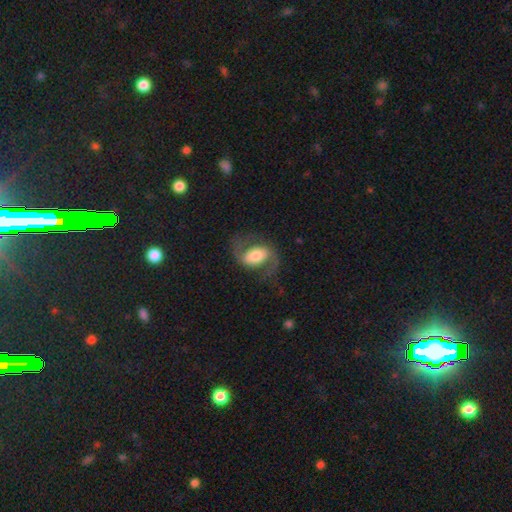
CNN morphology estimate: Overall: featured or disk (74%). Edge-on disk: no (97%). Bar: weak (37%; no 36%). Spiral arms: yes (91%). Spiral arm count: 2 (92%). Spiral winding: medium (46%; loose 44%). Bulge size: moderate (48%; large 31%). Merging: none (69%).